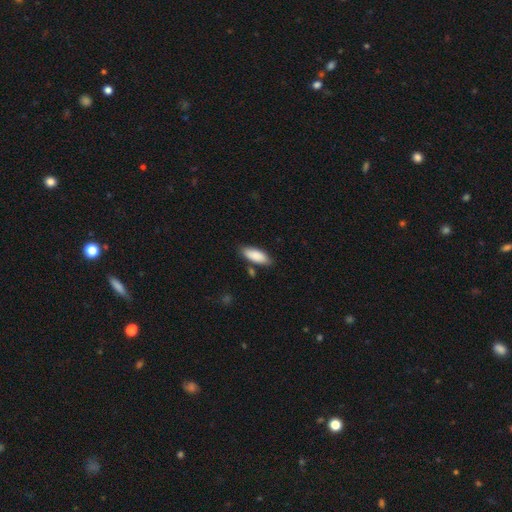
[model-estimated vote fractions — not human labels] The model was most divided on "how rounded": in between: 76%, cigar-shaped: 22%, round: 2%. More confident: smooth or featured — smooth (88%); merging — none (80%).